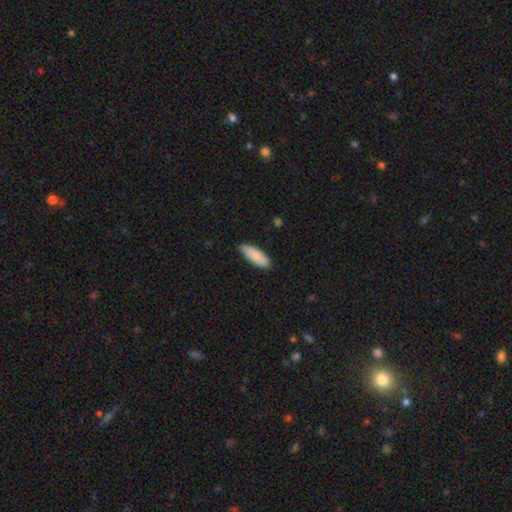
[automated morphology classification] A smooth galaxy with no disk features (85%) that is in between round and cigar-shaped (71%).

Vote fractions:
- Smooth or featured? smooth: 85% / featured or disk: 10% / star or artifact: 5%
- How rounded? in between: 71% / cigar-shaped: 28% / round: 2%
- Merging? none: 80% / minor disturbance: 17% / major disturbance: 2% / merger: 1%